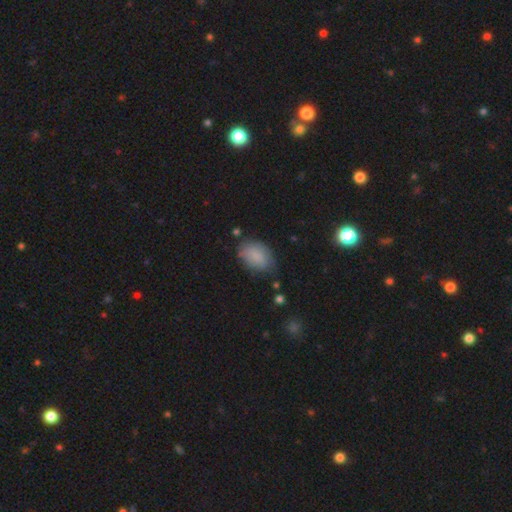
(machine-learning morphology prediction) This is clearly a smooth galaxy (82%). How rounded: clearly in between (86%). Merging: likely none (62%).